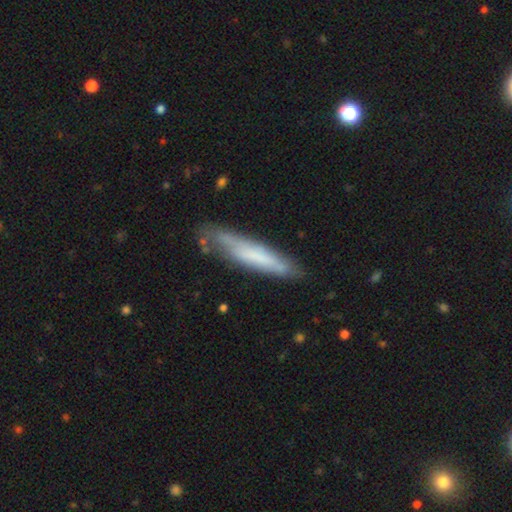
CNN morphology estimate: Smooth or featured?
  - smooth: 55% *
  - featured or disk: 38%
  - star or artifact: 7%
How rounded?
  - cigar-shaped: 87% *
  - in between: 12%
  - round: 1%
Merging?
  - none: 66% *
  - minor disturbance: 24%
  - major disturbance: 7%
  - merger: 3%